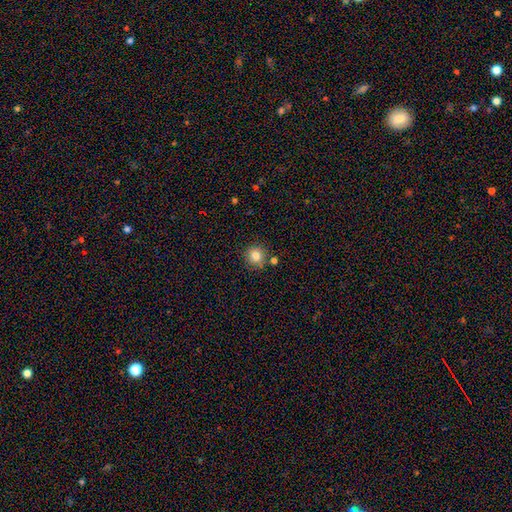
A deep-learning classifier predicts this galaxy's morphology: Overall: smooth (81%). How rounded: round (91%). Merging: none (81%).